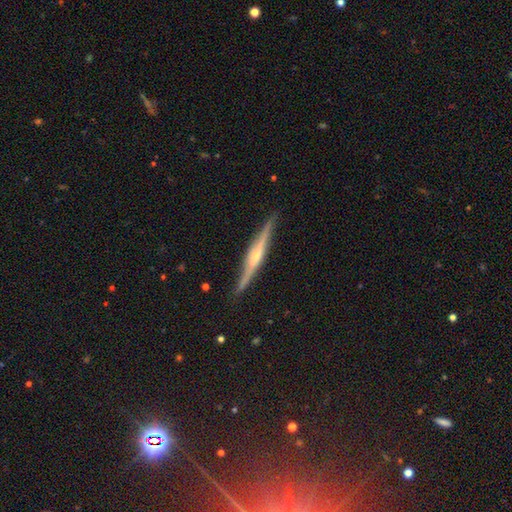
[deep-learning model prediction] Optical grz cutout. It shows a featured or disk galaxy (79%) viewed edge-on (97%) with a rounded central bulge (70%). Merging: none (89%).